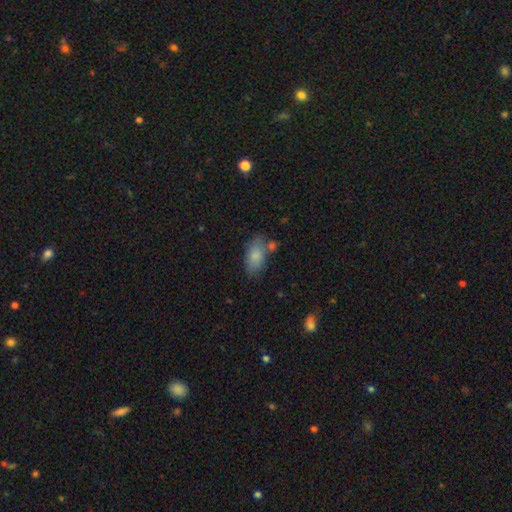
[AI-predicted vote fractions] A smooth galaxy with no disk features (84%) that is in between round and cigar-shaped (92%). Merging: none (62%).